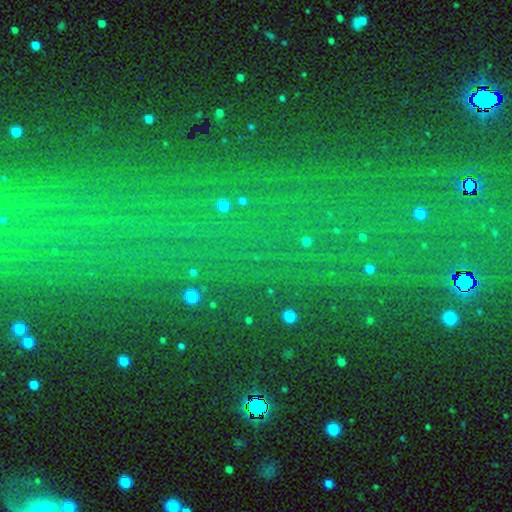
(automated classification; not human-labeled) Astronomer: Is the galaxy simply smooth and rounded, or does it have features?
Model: star or artifact — 80%.